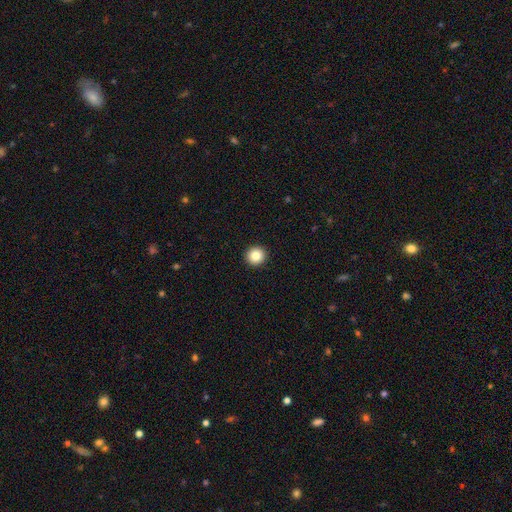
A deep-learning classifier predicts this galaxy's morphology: This is clearly a smooth galaxy (85%). How rounded: clearly round (95%). Merging: clearly none (94%).